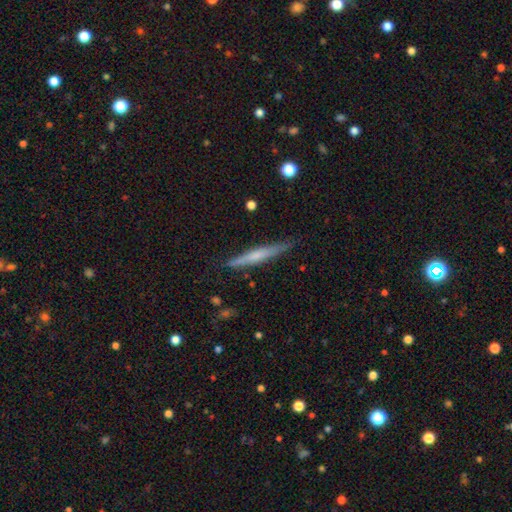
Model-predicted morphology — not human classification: Overall: smooth (48%; featured or disk 46%). Merging: none (85%).